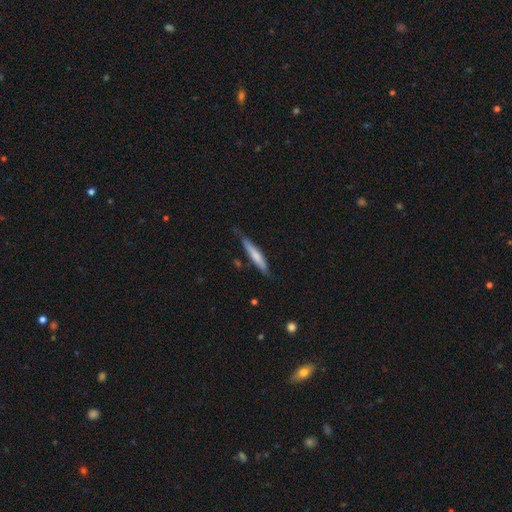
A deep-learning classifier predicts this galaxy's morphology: type=smooth (63%); roundness=cigar-shaped (91%); merging=none (73%).